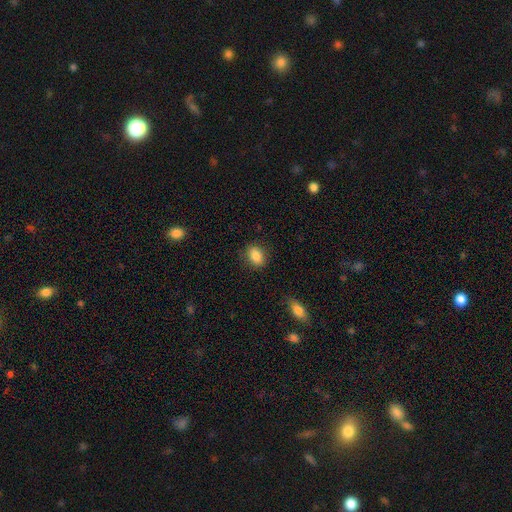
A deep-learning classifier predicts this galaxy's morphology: type=smooth (85%); roundness=in between (73%); merging=none (86%).